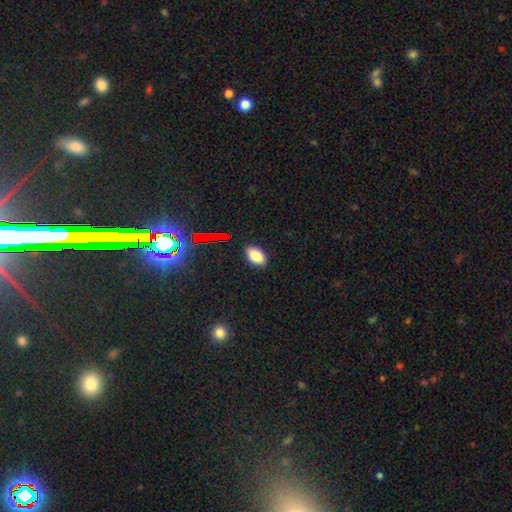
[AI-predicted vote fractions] The model was most divided on "smooth or featured": smooth: 80%, star or artifact: 12%, featured or disk: 8%. More confident: how rounded — in between (91%); merging — none (88%).